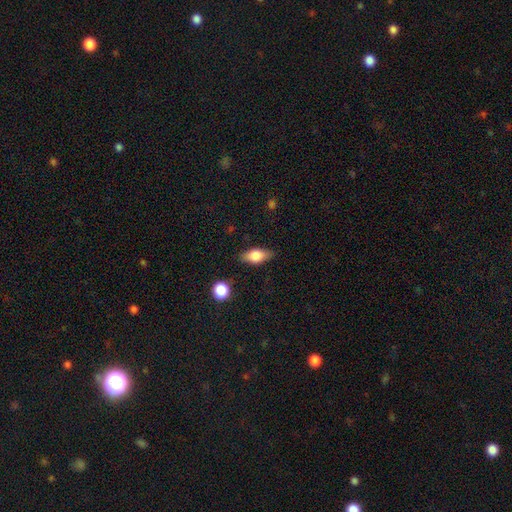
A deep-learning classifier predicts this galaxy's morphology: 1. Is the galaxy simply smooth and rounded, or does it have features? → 68% smooth, 25% featured or disk, 8% star or artifact.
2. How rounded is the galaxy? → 81% in between, 12% cigar-shaped, 7% round.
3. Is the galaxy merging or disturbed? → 82% none, 13% minor disturbance, 3% major disturbance, 2% merger.